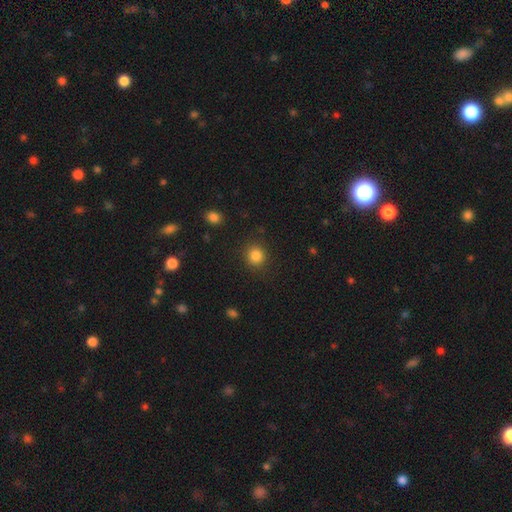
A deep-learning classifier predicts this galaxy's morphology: smooth_or_featured: smooth (p=0.84) [alt: star or artifact p=0.11]
how_rounded: round (p=0.89) [alt: in between p=0.10]
merging: none (p=0.89) [alt: minor disturbance p=0.07]